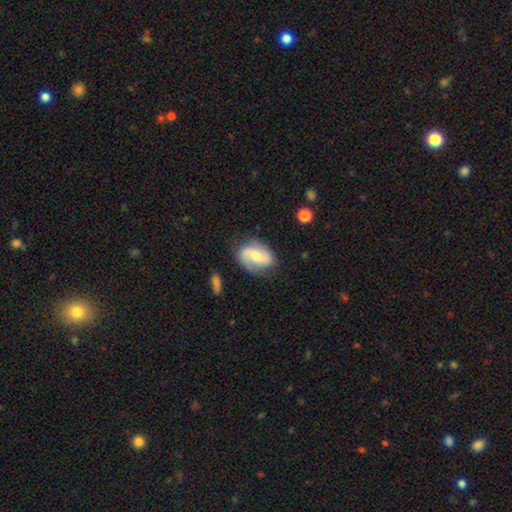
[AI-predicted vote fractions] smooth-or-featured: featured or disk: 69% | smooth: 25% | star or artifact: 6%
  disk-edge-on: no: 97% | yes: 3%
    bar: weak: 44% | no: 41% | strong: 15%
    has-spiral-arms: yes: 93% | no: 7%
      spiral-winding: loose: 42% | medium: 41% | tight: 17%
      spiral-arm-count: 2: 88% | can't tell: 5% | 1: 4% | 3: 1% | 4: 1% | more than 4: 1%
    bulge-size: moderate: 54% | small: 34% | large: 7% | none: 4% | dominant: 1%
  merging: none: 75% | minor disturbance: 18% | major disturbance: 6% | merger: 2%